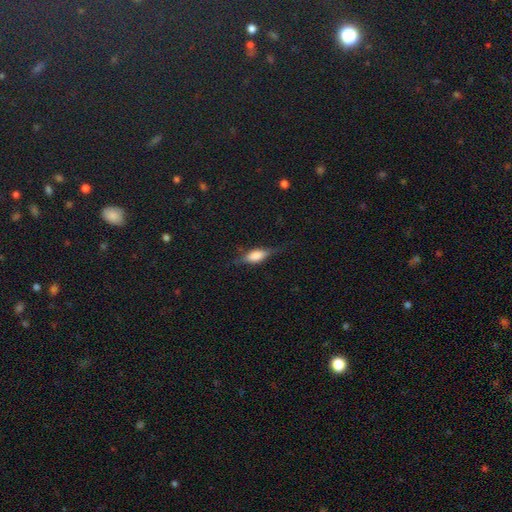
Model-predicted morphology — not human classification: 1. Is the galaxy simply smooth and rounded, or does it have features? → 53% smooth, 38% featured or disk, 10% star or artifact.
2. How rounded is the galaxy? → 67% in between, 27% cigar-shaped, 7% round.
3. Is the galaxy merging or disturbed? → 72% none, 20% minor disturbance, 7% major disturbance, 1% merger.